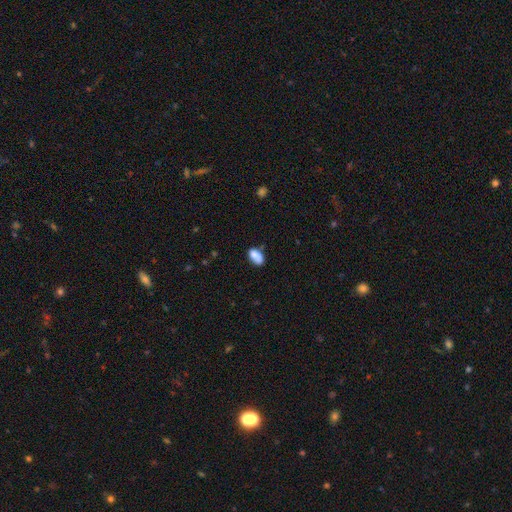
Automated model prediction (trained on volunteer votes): smooth-or-featured: smooth: 83% | star or artifact: 9% | featured or disk: 9%
  how-rounded: in between: 90% | round: 7% | cigar-shaped: 3%
  merging: none: 61% | minor disturbance: 23% | merger: 10% | major disturbance: 6%